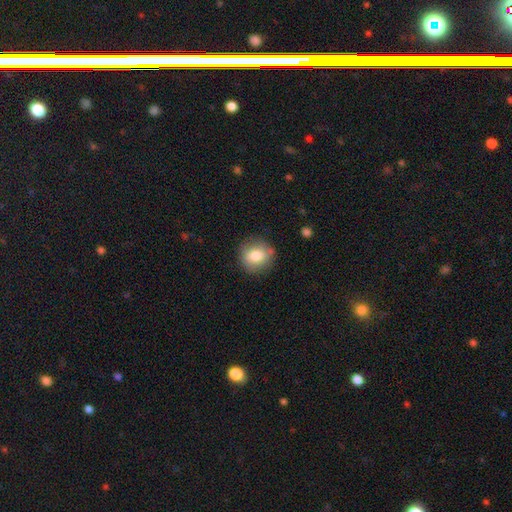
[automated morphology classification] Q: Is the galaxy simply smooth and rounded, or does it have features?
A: smooth — 80%.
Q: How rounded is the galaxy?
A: round — 83%.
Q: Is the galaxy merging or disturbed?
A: none — 82%.